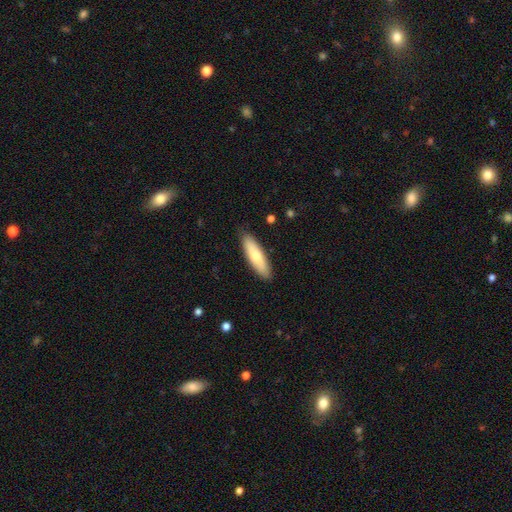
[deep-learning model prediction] This appears to be a smooth galaxy with no disk features (71%) that is cigar-shaped (60%). Merging: none (87%).